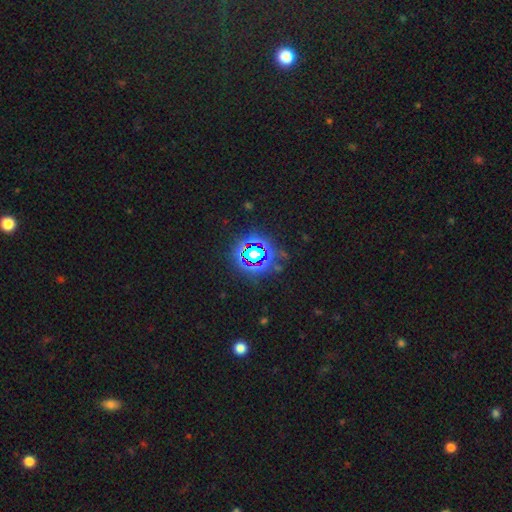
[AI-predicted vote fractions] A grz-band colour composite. It shows a star or artifact, not a galaxy (79%).